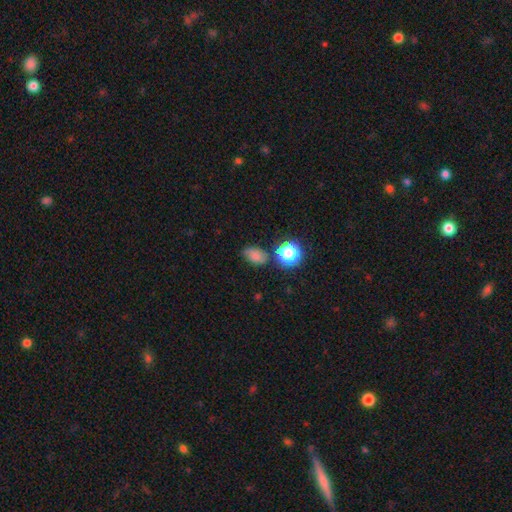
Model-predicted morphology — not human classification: Smooth or featured: smooth — 75% (star or artifact — 17%)
How rounded: in between — 77% (round — 22%)
Merging: none — 65% (minor disturbance — 22%)